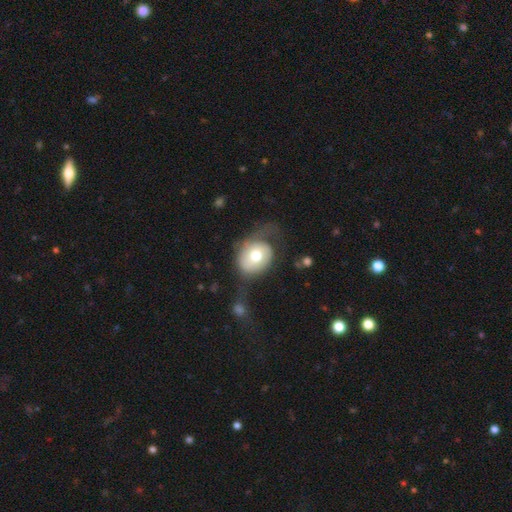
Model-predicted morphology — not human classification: This is possibly a smooth galaxy (58%). How rounded: possibly round (55%). Merging: marginally none (36%).